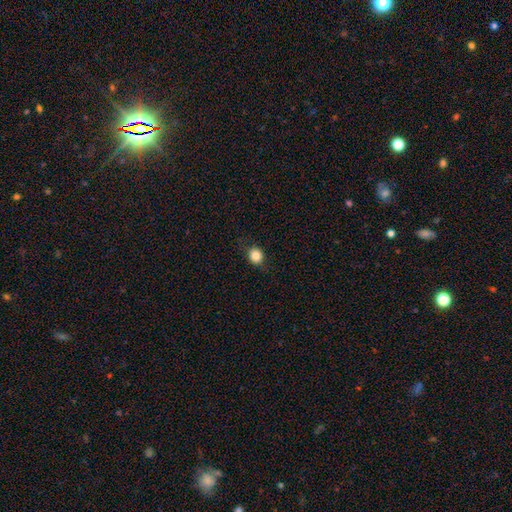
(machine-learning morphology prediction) smooth_or_featured: smooth (p=0.84) [alt: star or artifact p=0.11]
how_rounded: round (p=0.78) [alt: in between p=0.21]
merging: none (p=0.84) [alt: minor disturbance p=0.12]